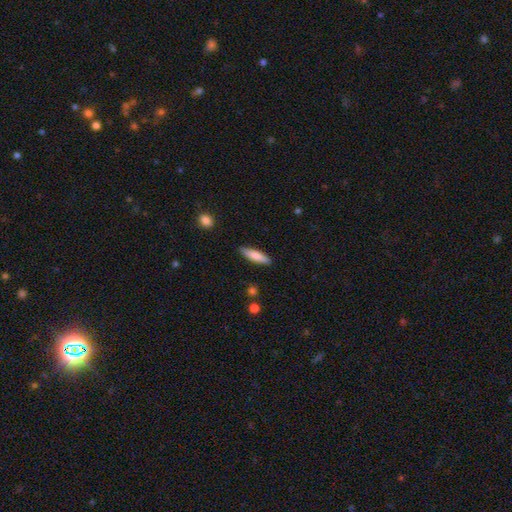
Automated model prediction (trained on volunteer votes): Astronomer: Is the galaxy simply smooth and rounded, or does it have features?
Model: smooth — 77%.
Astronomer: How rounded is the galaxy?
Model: cigar-shaped — 72%.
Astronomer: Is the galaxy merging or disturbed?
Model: none — 88%.